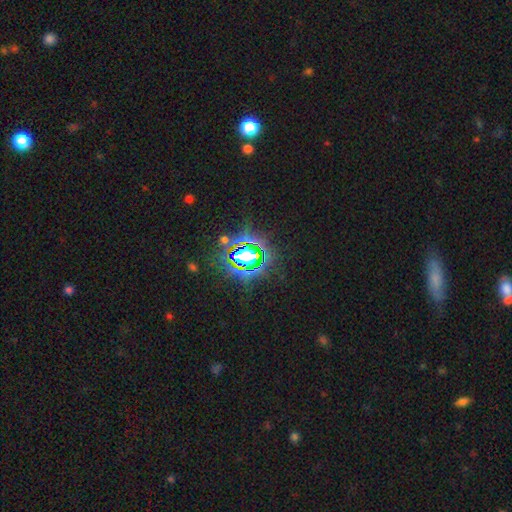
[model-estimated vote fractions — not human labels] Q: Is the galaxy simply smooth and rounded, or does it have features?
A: star or artifact — 76%.